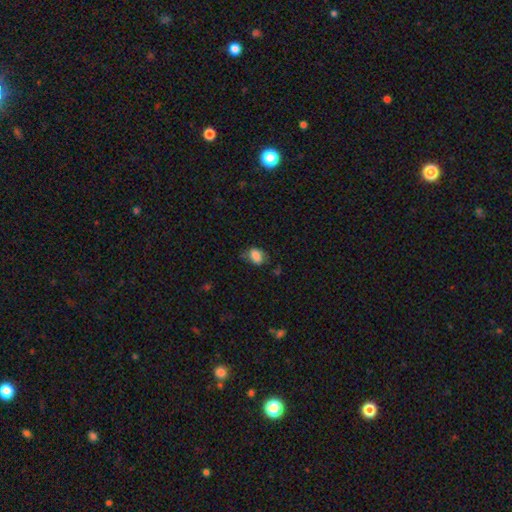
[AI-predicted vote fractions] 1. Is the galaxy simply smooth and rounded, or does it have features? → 81% smooth, 10% featured or disk, 9% star or artifact.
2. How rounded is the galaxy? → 81% in between, 17% round, 2% cigar-shaped.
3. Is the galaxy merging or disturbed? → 55% none, 31% minor disturbance, 12% major disturbance, 3% merger.